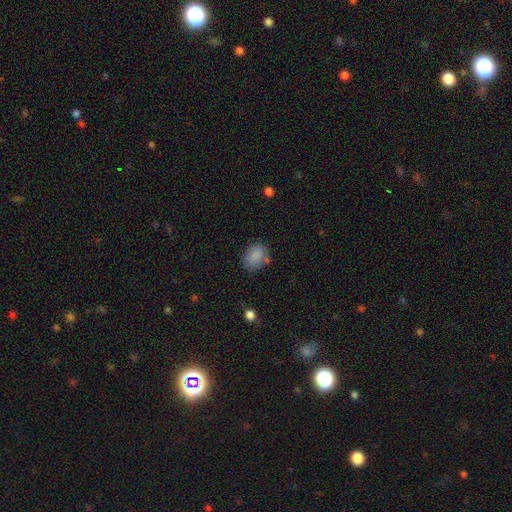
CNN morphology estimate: smooth-or-featured: smooth: 85% | star or artifact: 9% | featured or disk: 7%
  how-rounded: in between: 57% | round: 42% | cigar-shaped: 1%
  merging: none: 68% | minor disturbance: 20% | merger: 6% | major disturbance: 6%